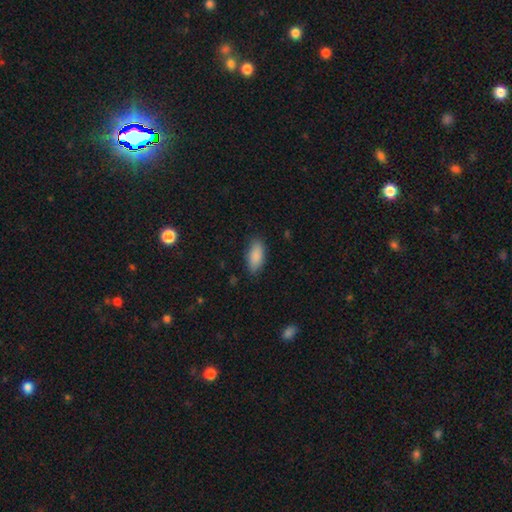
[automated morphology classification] smooth 89%, star or artifact 7%, featured or disk 5%. Down the decision tree: how rounded — in between (88%); merging — none (83%).